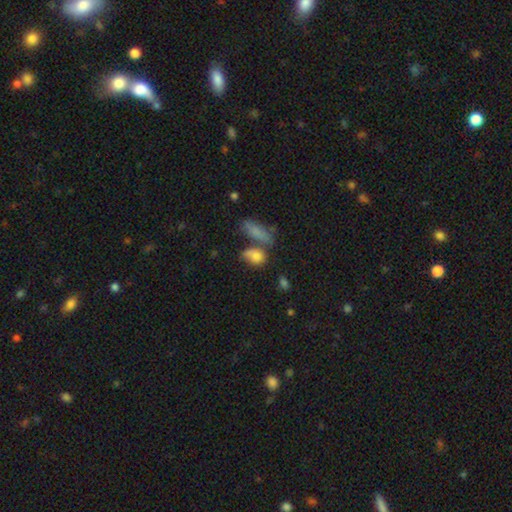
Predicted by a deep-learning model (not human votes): A smooth galaxy with no disk features (78%) that is in between round and cigar-shaped (67%).

Vote fractions:
- Smooth or featured? smooth: 78% / featured or disk: 11% / star or artifact: 10%
- How rounded? in between: 67% / round: 24% / cigar-shaped: 8%
- Merging? none: 40% / merger: 35% / minor disturbance: 17% / major disturbance: 9%